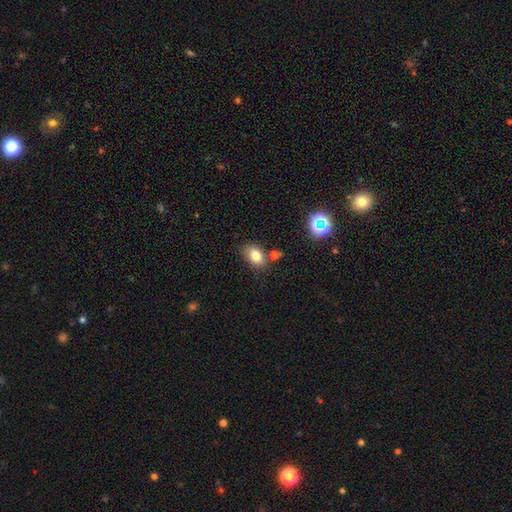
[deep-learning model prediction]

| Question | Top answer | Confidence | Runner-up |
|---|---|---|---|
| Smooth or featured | smooth | 78% | star or artifact (12%) |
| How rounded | in between | 82% | round (16%) |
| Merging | none | 74% | minor disturbance (15%) |